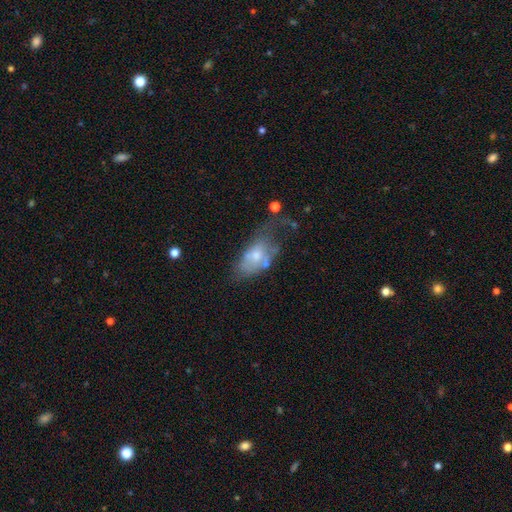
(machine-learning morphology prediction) The model was most divided on "smooth or featured": smooth: 48%, featured or disk: 44%, star or artifact: 8%. Remaining: merging — major disturbance (41%).